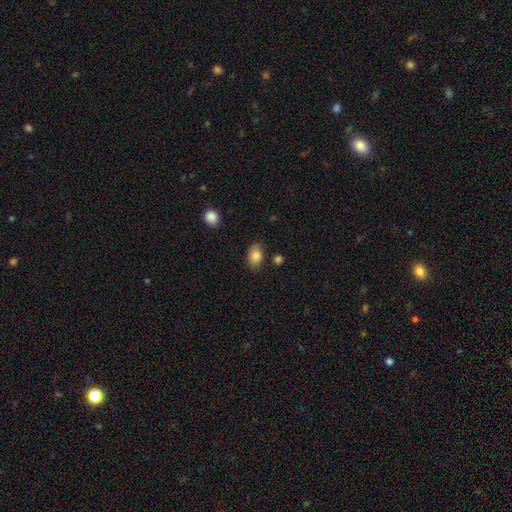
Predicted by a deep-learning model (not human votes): smooth 84%, star or artifact 8%, featured or disk 8%. Down the decision tree: how rounded — in between (82%); merging — none (78%).